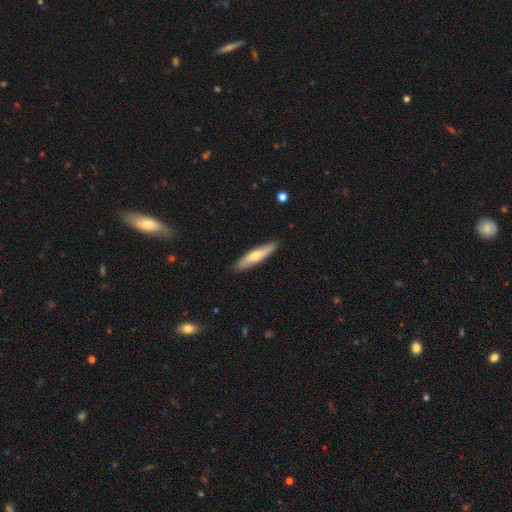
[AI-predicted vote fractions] Morphology: type=smooth (63%); roundness=cigar-shaped (80%); merging=none (88%).